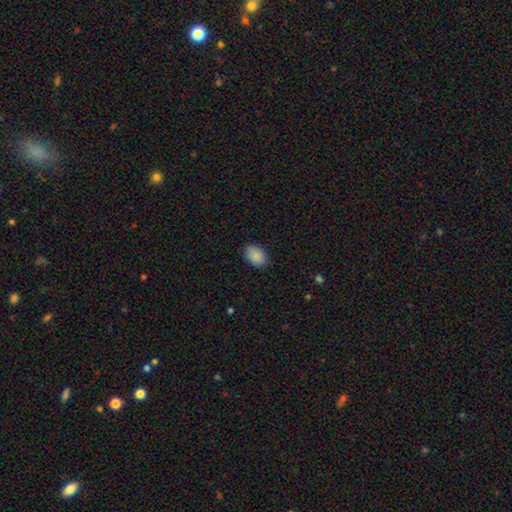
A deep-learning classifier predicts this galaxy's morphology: Smooth or featured? smooth (89%)
How rounded? in between (87%)
Merging? none (85%)